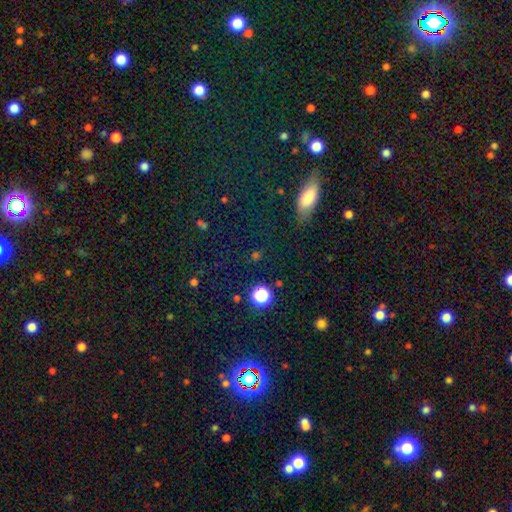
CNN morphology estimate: A smooth galaxy with no disk features (58%) that is round (62%). Merging: none (80%).